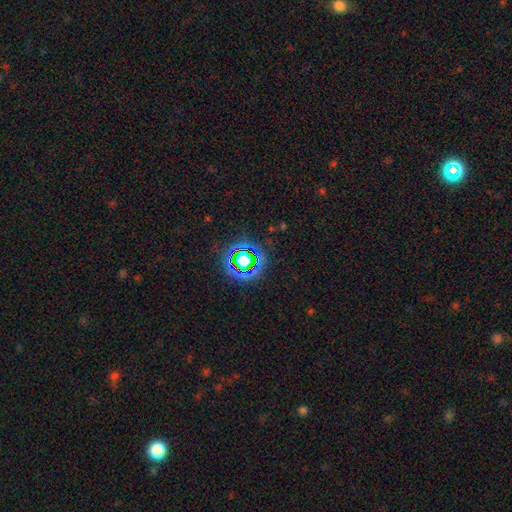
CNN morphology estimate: star or artifact 71%, smooth 18%, featured or disk 11%.